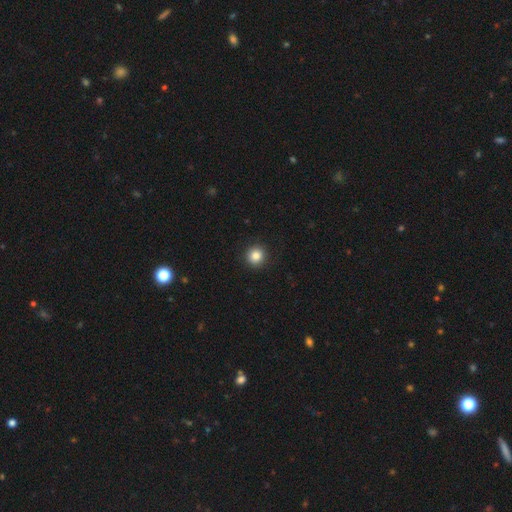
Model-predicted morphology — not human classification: Overall: smooth (85%). How rounded: round (93%). Merging: none (92%).